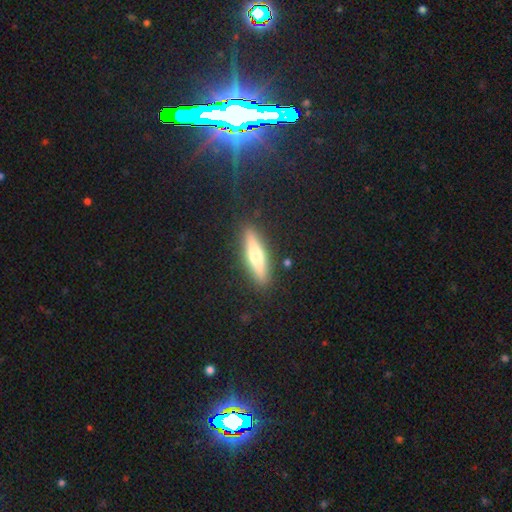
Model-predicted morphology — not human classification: The model was most divided on "smooth or featured": smooth: 49%, featured or disk: 45%, star or artifact: 7%. More confident: merging — none (88%).